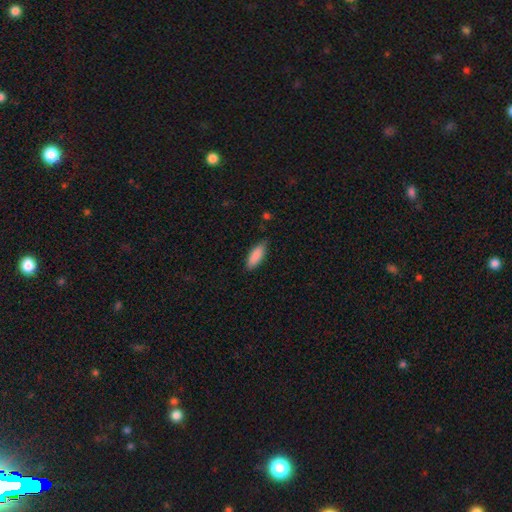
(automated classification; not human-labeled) This is clearly a smooth galaxy (89%). How rounded: likely in between (65%). Merging: clearly none (80%).